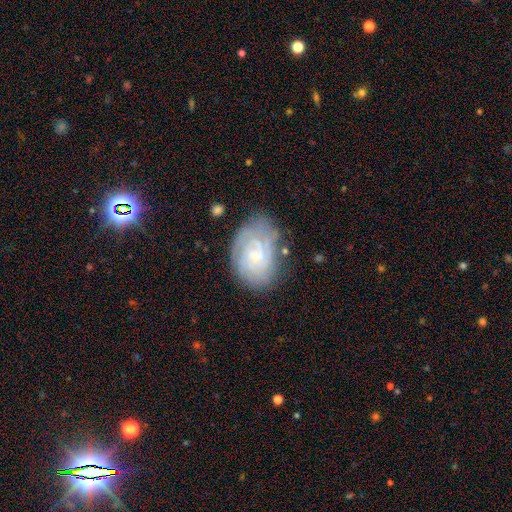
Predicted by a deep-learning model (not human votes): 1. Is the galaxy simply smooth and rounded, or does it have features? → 73% featured or disk, 19% smooth, 8% star or artifact.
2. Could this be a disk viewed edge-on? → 97% no, 3% yes.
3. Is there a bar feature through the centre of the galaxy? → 66% no, 29% weak, 5% strong.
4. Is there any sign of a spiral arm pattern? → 91% yes, 9% no.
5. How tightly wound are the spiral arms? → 70% tight, 24% medium, 6% loose.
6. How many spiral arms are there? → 42% can't tell, 21% 2, 16% 3, 11% 4, 5% more than 4, 5% 1.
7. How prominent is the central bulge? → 79% small, 15% moderate, 3% none, 1% large, 1% dominant.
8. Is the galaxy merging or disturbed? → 71% none, 20% minor disturbance, 7% major disturbance, 2% merger.